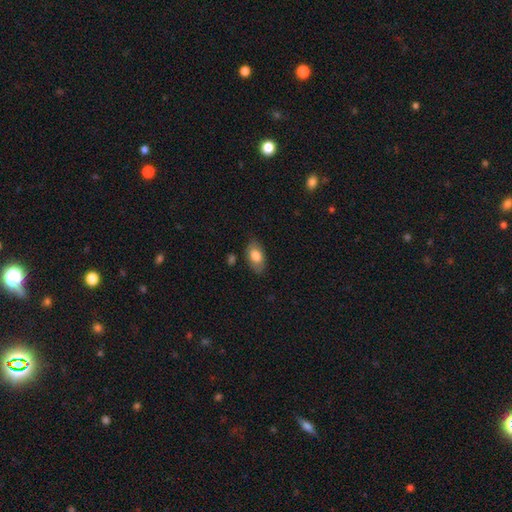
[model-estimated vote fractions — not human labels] Morphology: type=smooth (76%); roundness=in between (93%); merging=none (79%).